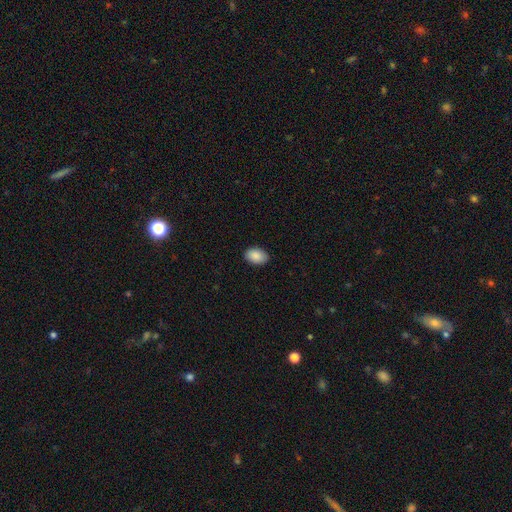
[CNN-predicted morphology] Smooth or featured? smooth (90%)
How rounded? in between (89%)
Merging? none (88%)